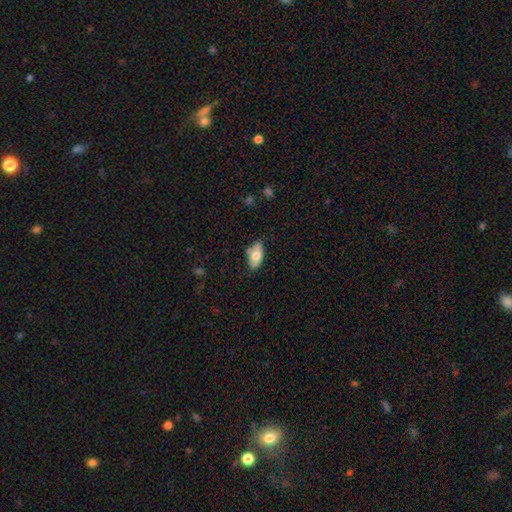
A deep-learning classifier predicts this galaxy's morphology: A smooth galaxy with no disk features (69%) that is in between round and cigar-shaped (92%).

Vote fractions:
- Smooth or featured? smooth: 69% / featured or disk: 25% / star or artifact: 7%
- How rounded? in between: 92% / cigar-shaped: 4% / round: 3%
- Merging? none: 71% / minor disturbance: 20% / merger: 5% / major disturbance: 4%